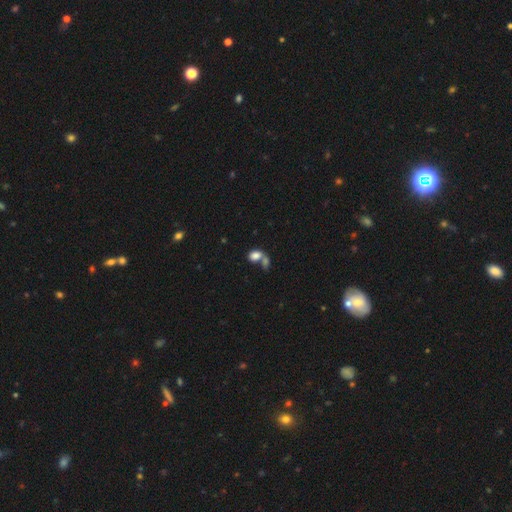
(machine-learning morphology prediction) This is clearly a smooth galaxy (81%). How rounded: likely in between (76%). Merging: possibly merger (58%).